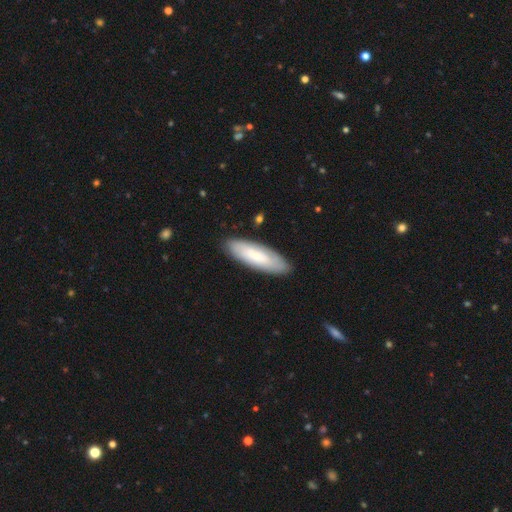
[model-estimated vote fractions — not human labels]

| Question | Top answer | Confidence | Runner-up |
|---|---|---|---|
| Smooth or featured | smooth | 67% | featured or disk (27%) |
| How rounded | in between | 51% | cigar-shaped (48%) |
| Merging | none | 87% | minor disturbance (10%) |